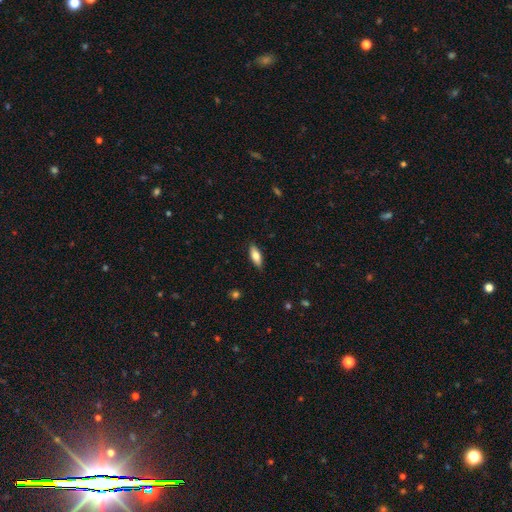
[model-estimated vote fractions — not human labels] smooth 75%, featured or disk 19%, star or artifact 6%. Down the decision tree: how rounded — in between (72%); merging — none (87%).